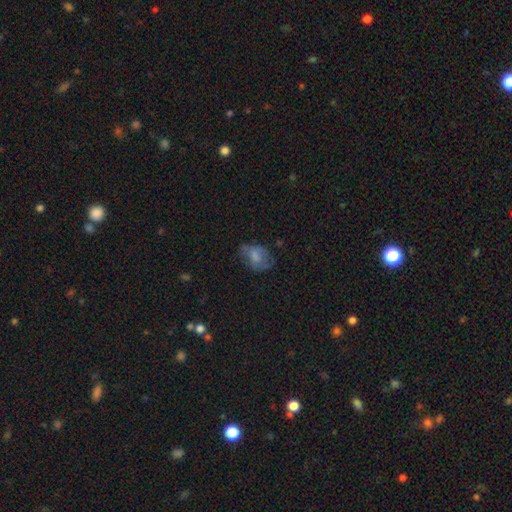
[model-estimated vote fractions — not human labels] Smooth or featured? Predicted: smooth (p=0.59). How rounded? Predicted: in between (p=0.74). Merging? Predicted: none (p=0.44).